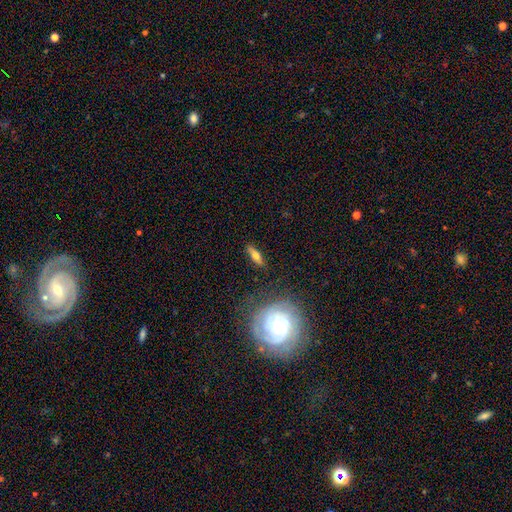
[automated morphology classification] This appears to be a smooth galaxy with no disk features (47%). Merging: none (84%).